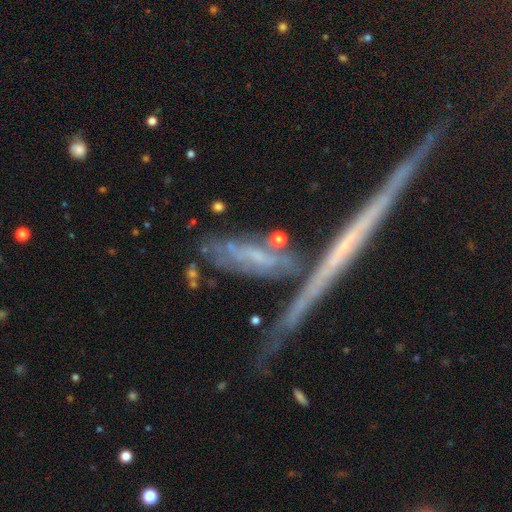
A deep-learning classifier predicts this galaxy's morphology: Smooth or featured: featured or disk — 67% (smooth — 24%)
Edge-on disk: yes — 69% (no — 31%)
Merging: none — 50% (merger — 22%)